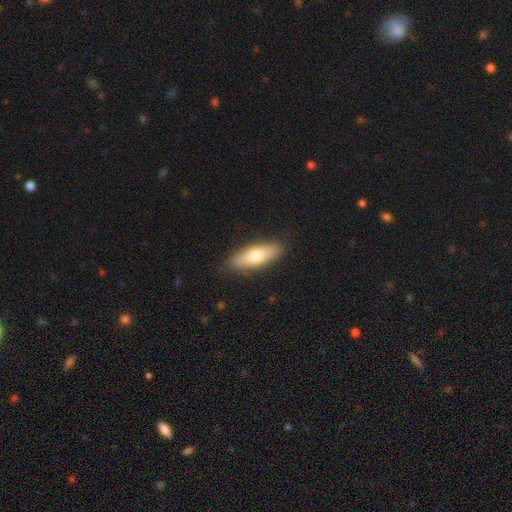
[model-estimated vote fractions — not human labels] Smooth or featured? Predicted: smooth (p=0.68). How rounded? Predicted: in between (p=0.54). Merging? Predicted: none (p=0.88).